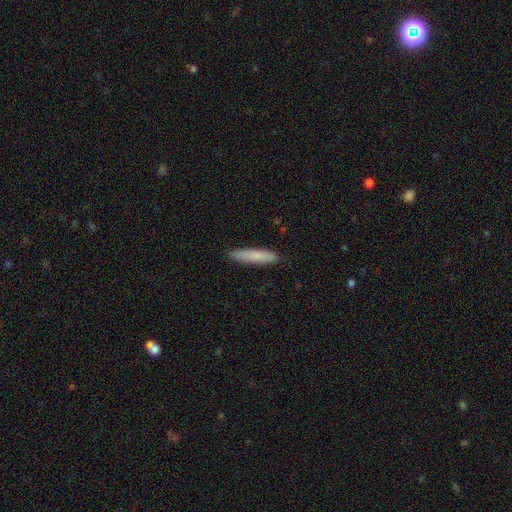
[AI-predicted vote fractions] Overall: smooth (81%). How rounded: cigar-shaped (87%). Merging: none (89%).